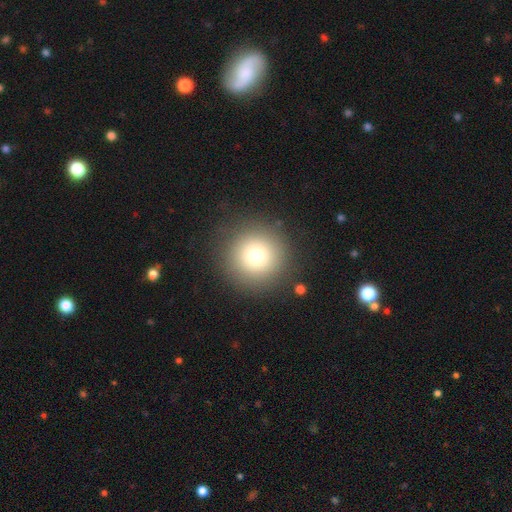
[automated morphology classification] A smooth galaxy with no disk features (77%) that is round (96%).

Vote fractions:
- Smooth or featured? smooth: 77% / star or artifact: 13% / featured or disk: 10%
- How rounded? round: 96% / in between: 3% / cigar-shaped: 1%
- Merging? none: 88% / minor disturbance: 7% / major disturbance: 3% / merger: 2%